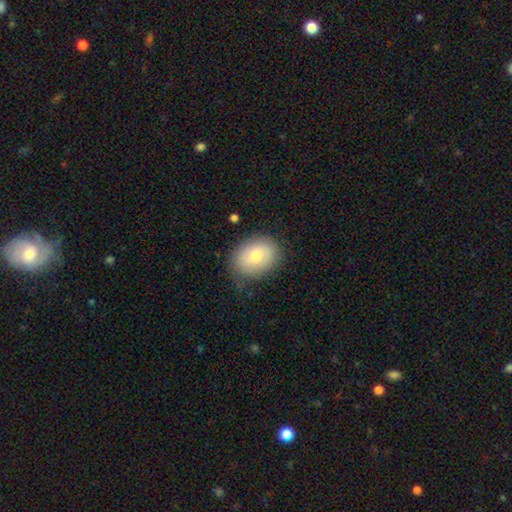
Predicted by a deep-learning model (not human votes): smooth-or-featured: smooth: 75% | featured or disk: 17% | star or artifact: 7%
  how-rounded: in between: 65% | round: 34% | cigar-shaped: 1%
  merging: none: 76% | minor disturbance: 18% | major disturbance: 4% | merger: 1%